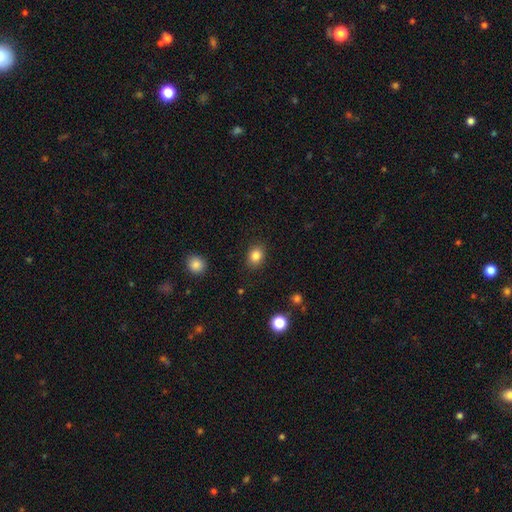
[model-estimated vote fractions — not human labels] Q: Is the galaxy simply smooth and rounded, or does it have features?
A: smooth — 84%.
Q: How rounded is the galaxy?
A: in between — 50%.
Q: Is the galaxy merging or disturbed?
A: none — 87%.